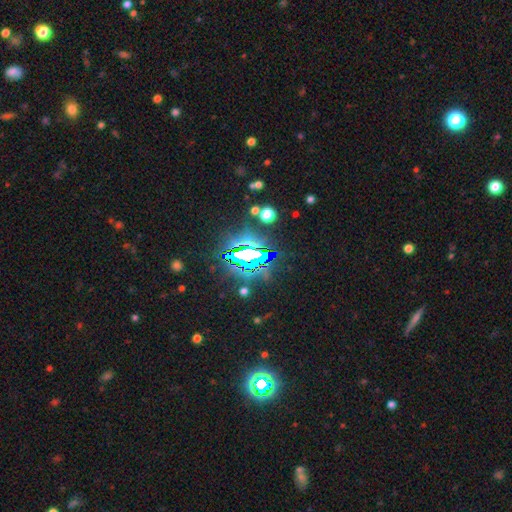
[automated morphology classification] The model was most divided on "smooth or featured": star or artifact: 77%, smooth: 12%, featured or disk: 11%.